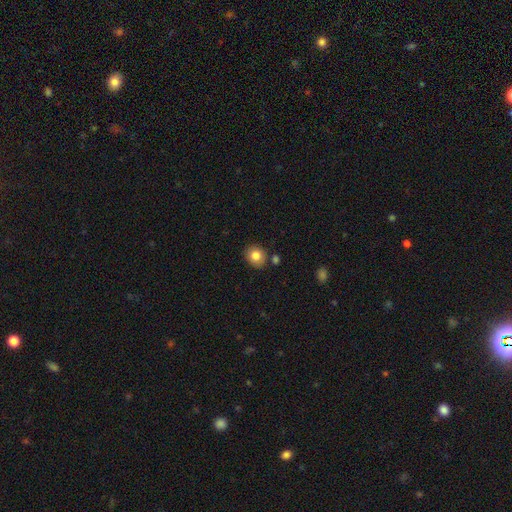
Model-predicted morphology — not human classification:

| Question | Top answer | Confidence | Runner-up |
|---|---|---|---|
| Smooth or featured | smooth | 82% | star or artifact (10%) |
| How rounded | round | 75% | in between (24%) |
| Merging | none | 82% | minor disturbance (10%) |